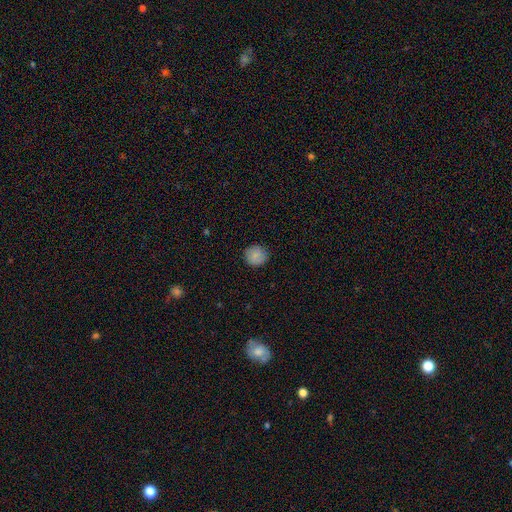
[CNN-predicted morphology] Smooth or featured?
  - smooth: 86% *
  - star or artifact: 8%
  - featured or disk: 6%
How rounded?
  - round: 88% *
  - in between: 11%
  - cigar-shaped: 1%
Merging?
  - none: 89% *
  - minor disturbance: 8%
  - major disturbance: 2%
  - merger: 1%